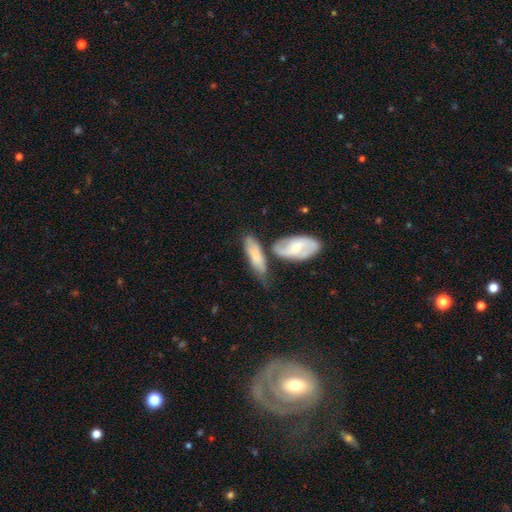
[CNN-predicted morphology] smooth_or_featured: smooth (p=0.61) [alt: featured or disk p=0.33]
how_rounded: in between (p=0.61) [alt: cigar-shaped p=0.35]
merging: none (p=0.37) [alt: merger p=0.33]